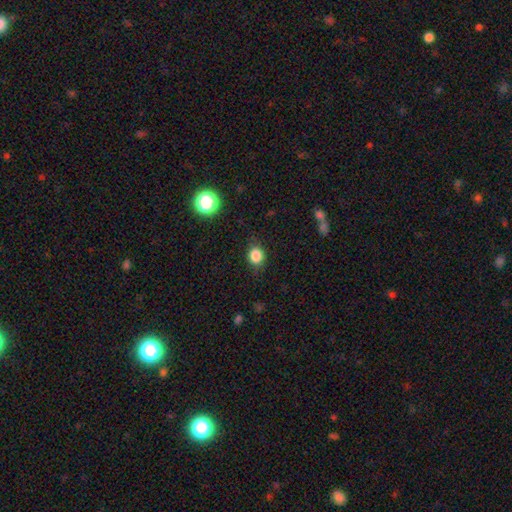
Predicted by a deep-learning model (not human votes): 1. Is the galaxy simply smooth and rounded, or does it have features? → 84% smooth, 11% star or artifact, 5% featured or disk.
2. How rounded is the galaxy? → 71% round, 28% in between, 1% cigar-shaped.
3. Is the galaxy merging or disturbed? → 80% none, 15% minor disturbance, 4% major disturbance, 1% merger.